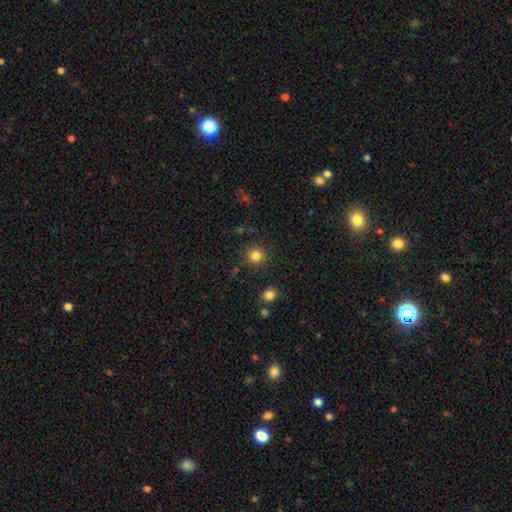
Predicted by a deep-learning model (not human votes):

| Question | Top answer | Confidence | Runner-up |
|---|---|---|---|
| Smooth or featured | smooth | 82% | star or artifact (13%) |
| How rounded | round | 92% | in between (7%) |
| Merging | none | 87% | minor disturbance (7%) |